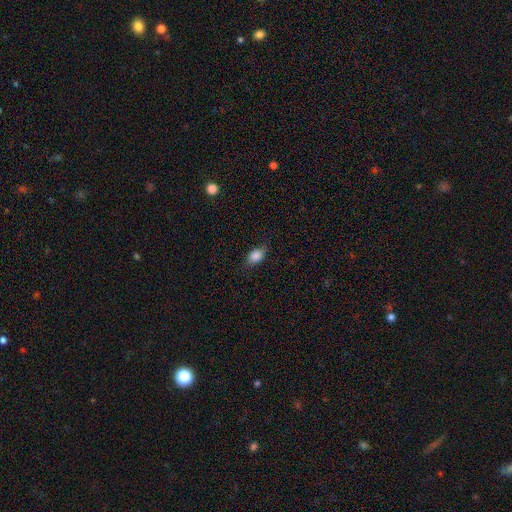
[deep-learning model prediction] smooth-or-featured: smooth: 84% | star or artifact: 8% | featured or disk: 7%
  how-rounded: in between: 80% | round: 17% | cigar-shaped: 3%
  merging: none: 76% | minor disturbance: 18% | major disturbance: 4% | merger: 1%